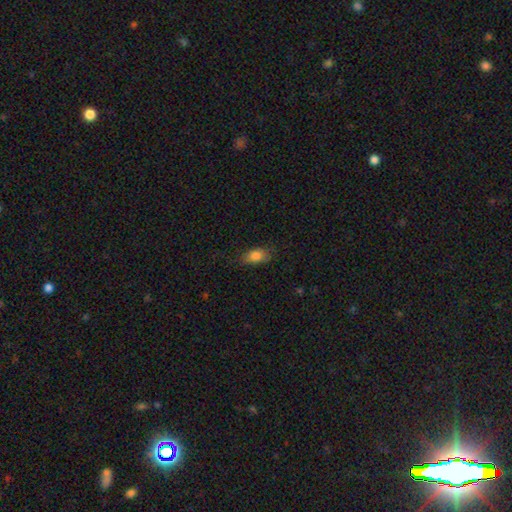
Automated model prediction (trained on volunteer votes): Smooth or featured? Predicted: smooth (p=0.81). How rounded? Predicted: in between (p=0.84). Merging? Predicted: none (p=0.70).